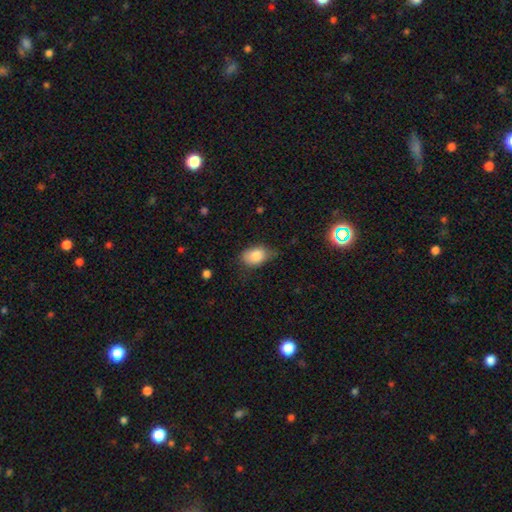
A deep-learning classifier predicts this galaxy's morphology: smooth_or_featured: smooth (p=0.84) [alt: featured or disk p=0.08]
how_rounded: in between (p=0.85) [alt: round p=0.14]
merging: none (p=0.60) [alt: minor disturbance p=0.31]